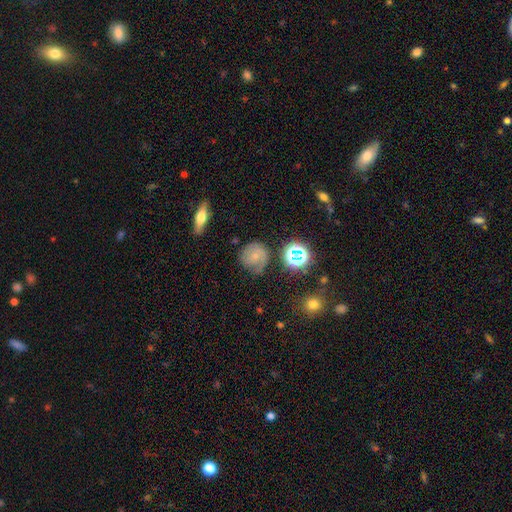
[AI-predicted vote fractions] A featured or disk galaxy (52%).

Vote fractions:
- Smooth or featured? featured or disk: 52% / smooth: 35% / star or artifact: 14%
- Edge-on disk? no: 96% / yes: 4%
- Merging? none: 59% / minor disturbance: 25% / major disturbance: 12% / merger: 3%